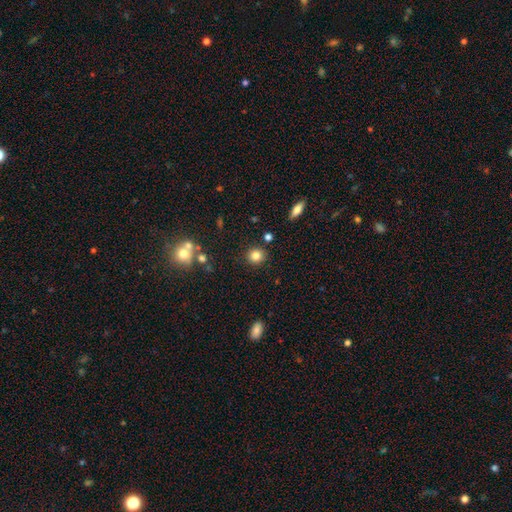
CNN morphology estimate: smooth 81%, star or artifact 11%, featured or disk 7%. Down the decision tree: how rounded — round (87%); merging — none (87%).